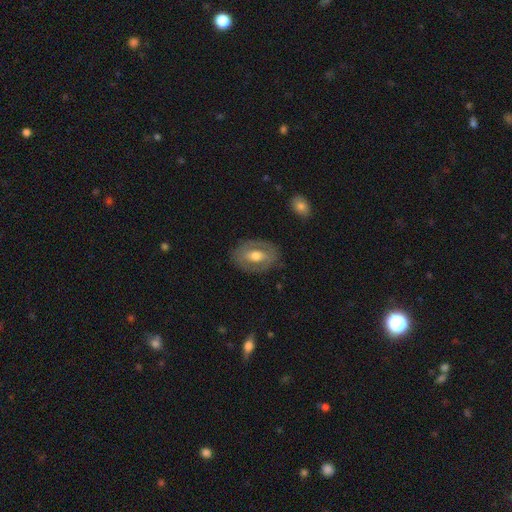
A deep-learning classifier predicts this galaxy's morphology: This is possibly a featured or disk galaxy (54%). It is clearly not viewed edge-on (92%). Merging: clearly none (81%).